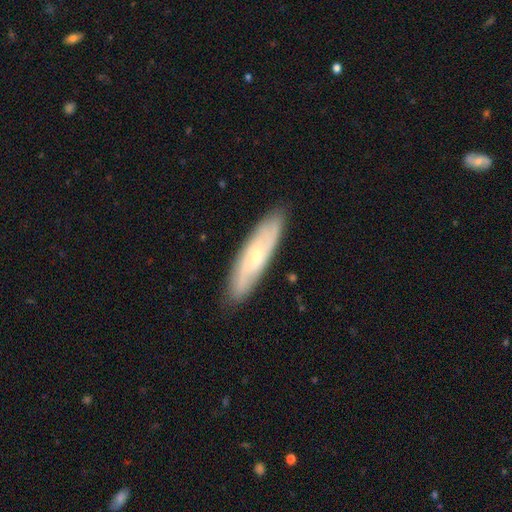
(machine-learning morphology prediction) Q: Smooth or featured?
A: featured or disk (62%); runner-up: smooth (31%)
Q: Edge-on disk?
A: no (64%); runner-up: yes (36%)
Q: Merging?
A: none (87%); runner-up: minor disturbance (10%)